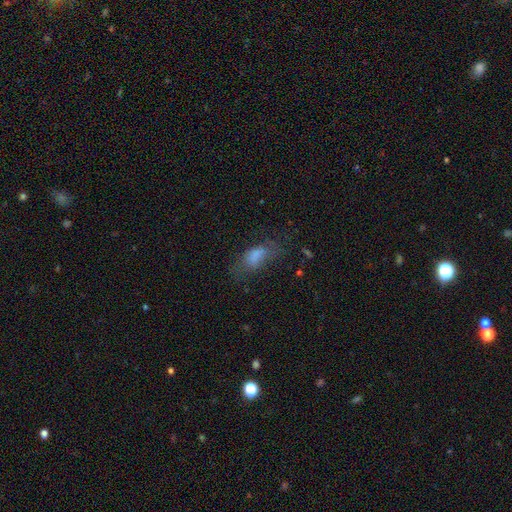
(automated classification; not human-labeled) smooth 67%, featured or disk 21%, star or artifact 13%. Down the decision tree: how rounded — in between (83%); merging — none (38%).